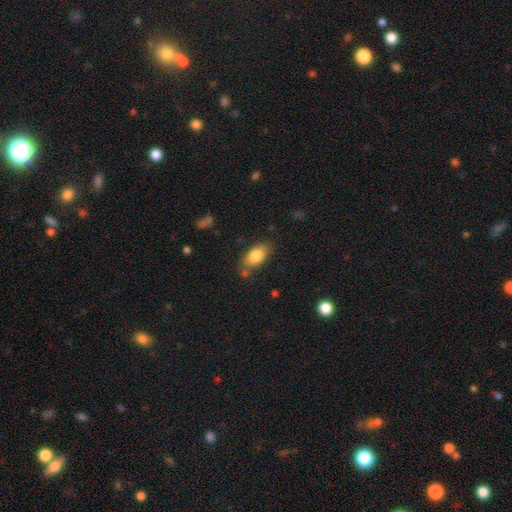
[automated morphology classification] Smooth or featured?
  - smooth: 83% *
  - featured or disk: 10%
  - star or artifact: 7%
How rounded?
  - in between: 90% *
  - round: 5%
  - cigar-shaped: 5%
Merging?
  - none: 75% *
  - minor disturbance: 16%
  - merger: 5%
  - major disturbance: 4%